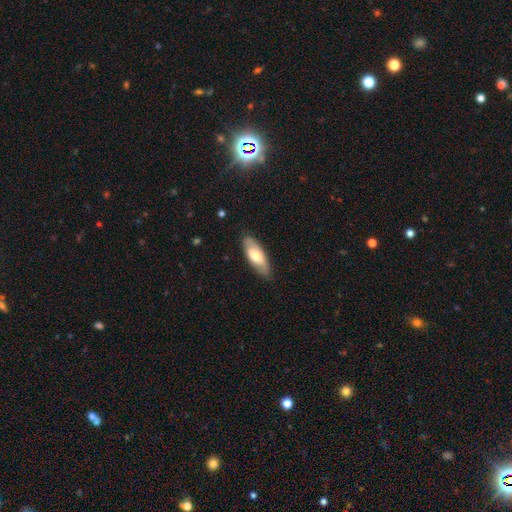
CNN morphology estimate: This is likely a smooth galaxy (64%). How rounded: likely in between (76%). Merging: clearly none (83%).